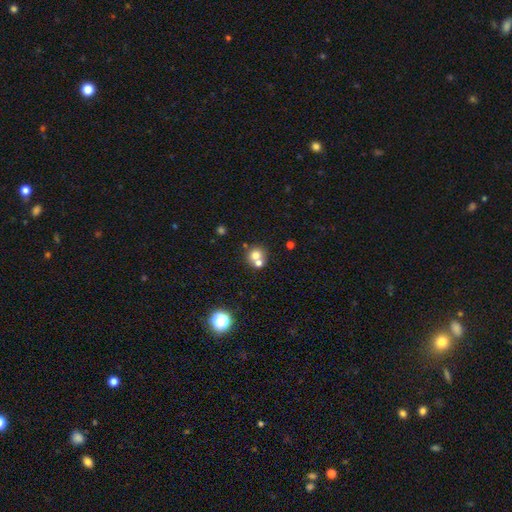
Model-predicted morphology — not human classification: Smooth or featured: smooth — 70% (featured or disk — 17%)
How rounded: round — 85% (in between — 14%)
Merging: merger — 48% (none — 43%)